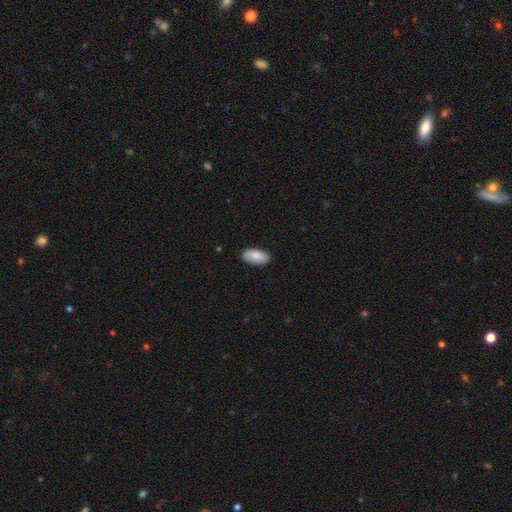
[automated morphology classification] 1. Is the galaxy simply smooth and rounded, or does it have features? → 87% smooth, 7% featured or disk, 6% star or artifact.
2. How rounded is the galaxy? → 95% in between, 3% cigar-shaped, 2% round.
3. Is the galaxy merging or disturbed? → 88% none, 9% minor disturbance, 2% major disturbance, 1% merger.